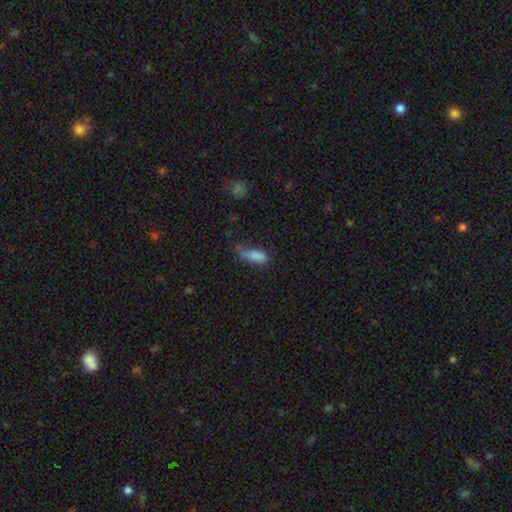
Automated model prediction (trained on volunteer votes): Smooth or featured?
  - smooth: 81% *
  - star or artifact: 10%
  - featured or disk: 9%
How rounded?
  - in between: 76% *
  - cigar-shaped: 21%
  - round: 3%
Merging?
  - minor disturbance: 35% *
  - none: 32%
  - major disturbance: 26%
  - merger: 6%